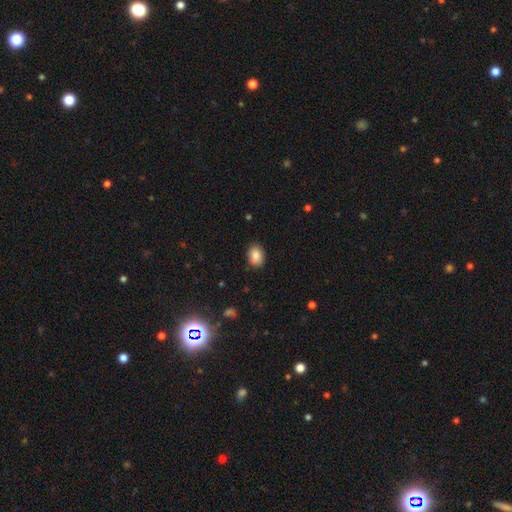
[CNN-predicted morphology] smooth_or_featured: smooth (p=0.87) [alt: star or artifact p=0.08]
how_rounded: in between (p=0.77) [alt: round p=0.22]
merging: none (p=0.86) [alt: minor disturbance p=0.10]